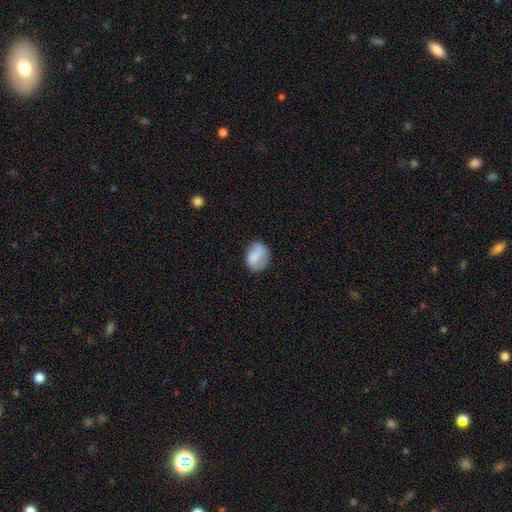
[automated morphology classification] Smooth or featured? Predicted: smooth (p=0.77). How rounded? Predicted: in between (p=0.59). Merging? Predicted: none (p=0.66).